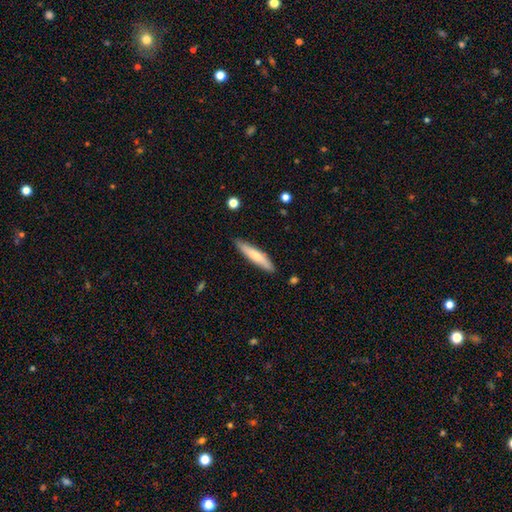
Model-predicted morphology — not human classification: This is likely a smooth galaxy (70%). How rounded: clearly cigar-shaped (87%). Merging: clearly none (86%).